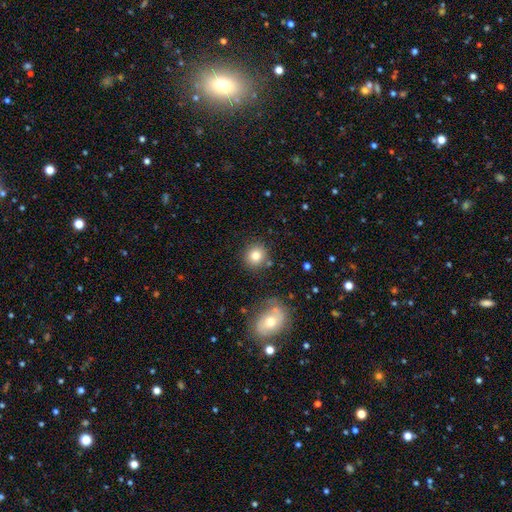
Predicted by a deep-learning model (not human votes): smooth_or_featured: smooth (p=0.80) [alt: star or artifact p=0.11]
how_rounded: round (p=0.88) [alt: in between p=0.11]
merging: none (p=0.82) [alt: minor disturbance p=0.09]